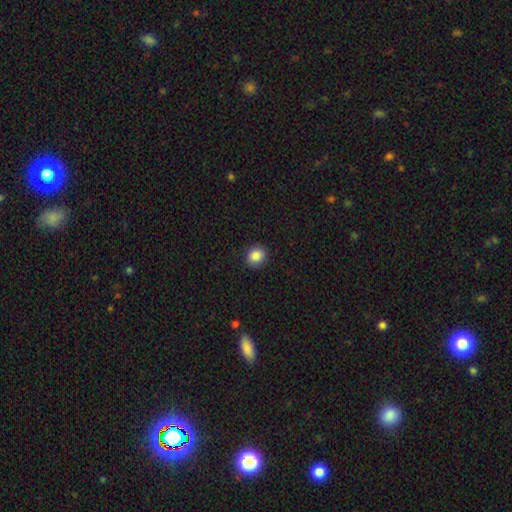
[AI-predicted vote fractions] smooth 87%, star or artifact 9%, featured or disk 4%. Down the decision tree: how rounded — round (73%); merging — none (89%).